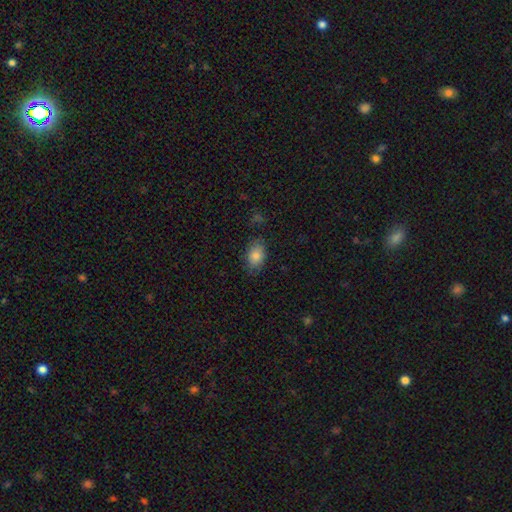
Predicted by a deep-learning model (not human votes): Smooth or featured: smooth — 82% (featured or disk — 10%)
How rounded: in between — 85% (round — 13%)
Merging: none — 79% (minor disturbance — 16%)